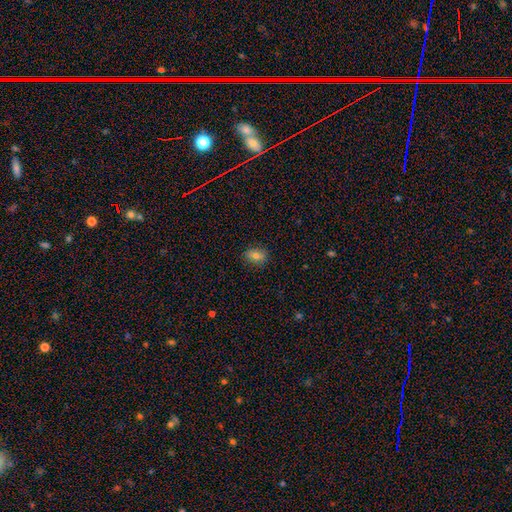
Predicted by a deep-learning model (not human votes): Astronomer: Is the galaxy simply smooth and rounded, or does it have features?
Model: smooth — 75%.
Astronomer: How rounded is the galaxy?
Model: in between — 71%.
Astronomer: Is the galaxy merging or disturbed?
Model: none — 84%.